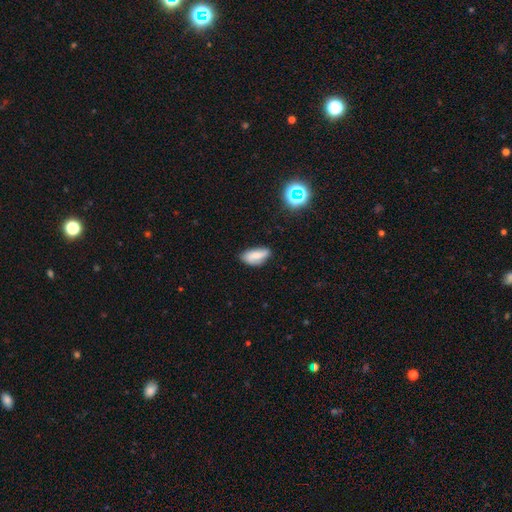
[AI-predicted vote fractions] Smooth or featured? smooth (71%)
How rounded? in between (86%)
Merging? none (69%)